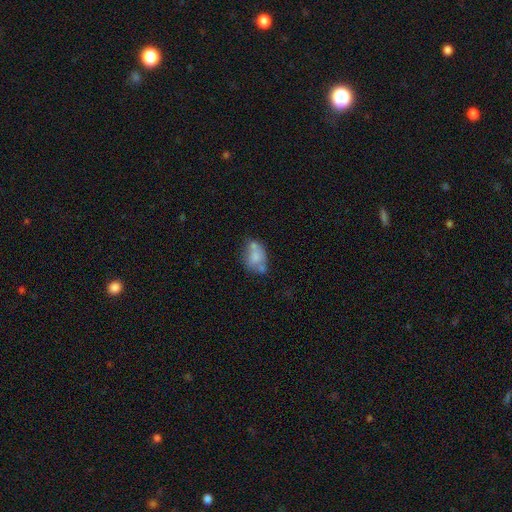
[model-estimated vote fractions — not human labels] Overall: smooth (60%; featured or disk 31%). How rounded: in between (81%). Merging: none (36%; merger 30%).